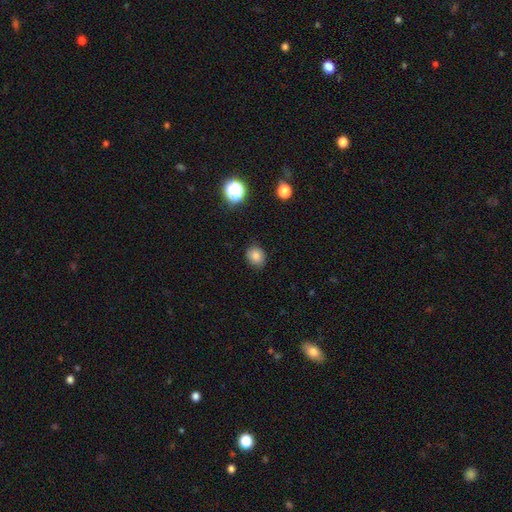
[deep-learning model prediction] smooth-or-featured: smooth: 82% | star or artifact: 12% | featured or disk: 6%
  how-rounded: round: 64% | in between: 35% | cigar-shaped: 1%
  merging: none: 85% | minor disturbance: 11% | major disturbance: 2% | merger: 1%